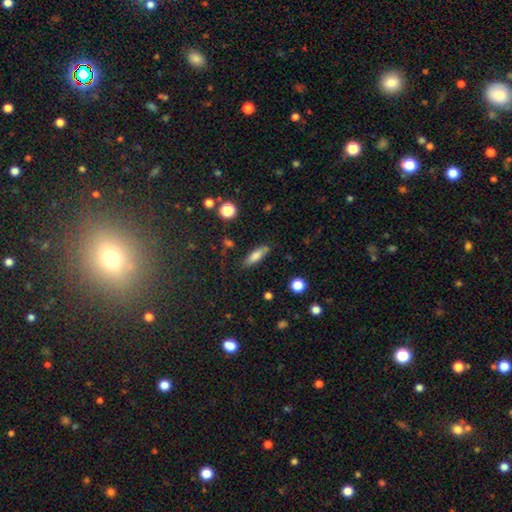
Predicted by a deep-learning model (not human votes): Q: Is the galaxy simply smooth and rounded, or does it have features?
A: smooth — 76%.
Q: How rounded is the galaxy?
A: in between — 50%.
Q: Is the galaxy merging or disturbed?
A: none — 78%.